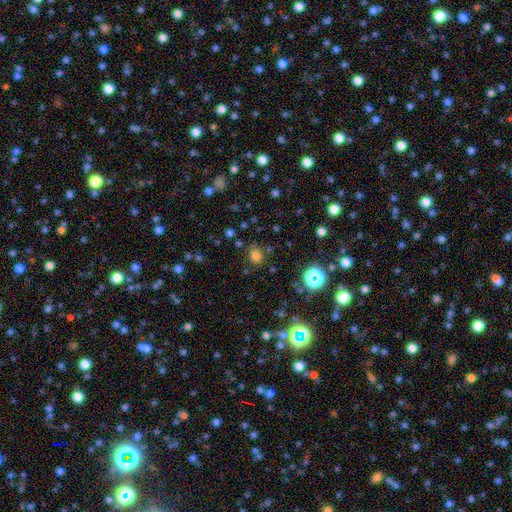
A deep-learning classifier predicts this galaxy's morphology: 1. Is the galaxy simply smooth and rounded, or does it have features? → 71% smooth, 23% star or artifact, 6% featured or disk.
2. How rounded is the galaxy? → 64% round, 34% in between, 1% cigar-shaped.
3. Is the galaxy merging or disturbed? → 78% none, 13% minor disturbance, 5% major disturbance, 4% merger.